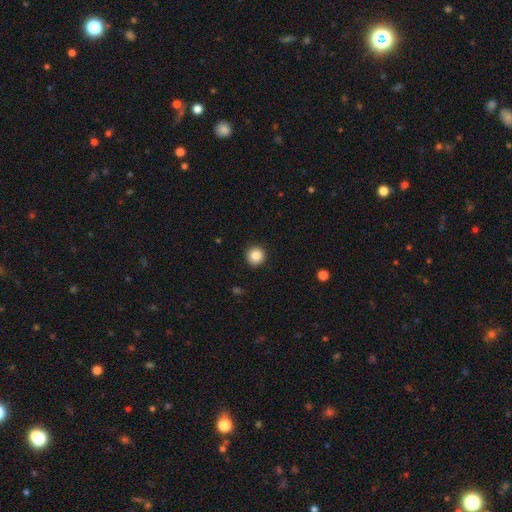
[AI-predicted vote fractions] Overall: smooth (86%). How rounded: round (96%). Merging: none (93%).